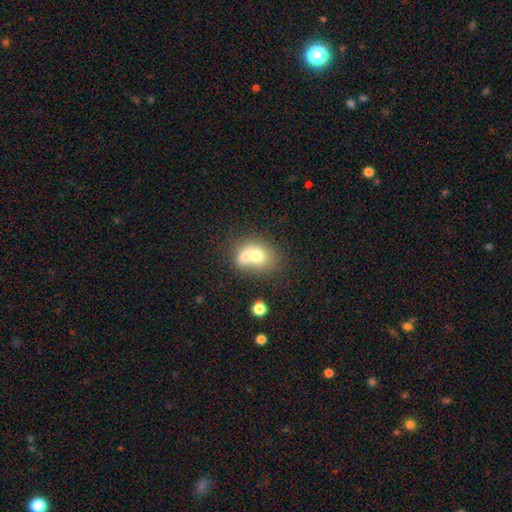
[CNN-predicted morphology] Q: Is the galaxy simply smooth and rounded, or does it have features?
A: smooth — 68%.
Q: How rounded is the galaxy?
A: round — 50%.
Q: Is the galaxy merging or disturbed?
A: merger — 63%.